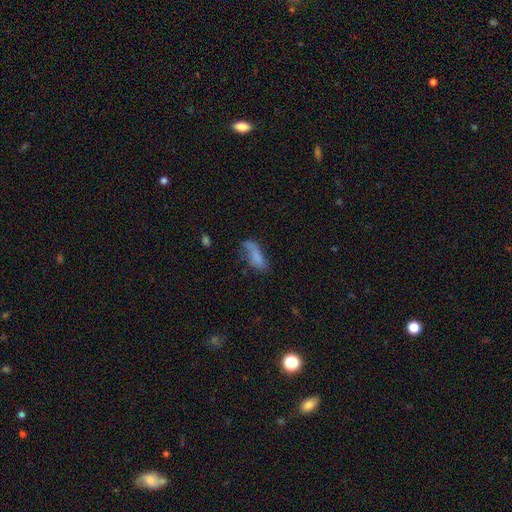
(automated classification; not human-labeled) smooth 73%, featured or disk 18%, star or artifact 10%. Down the decision tree: how rounded — in between (62%); merging — none (42%).